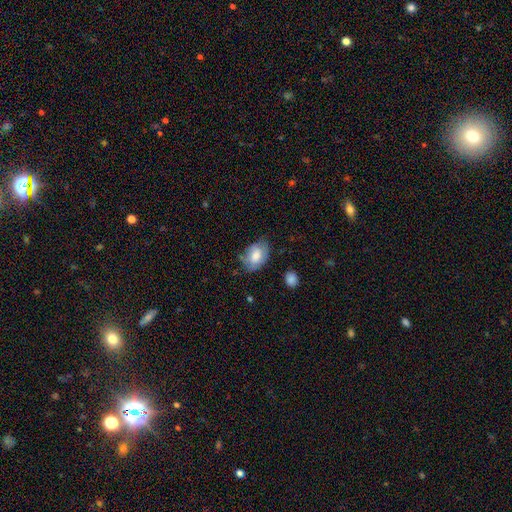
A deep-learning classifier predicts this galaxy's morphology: A smooth galaxy with no disk features (73%) that is in between round and cigar-shaped (84%). Merging: none (58%).